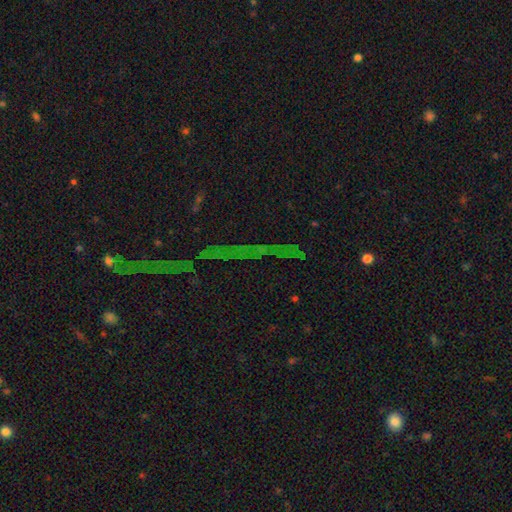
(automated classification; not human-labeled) Smooth or featured: star or artifact — 77% (featured or disk — 12%)